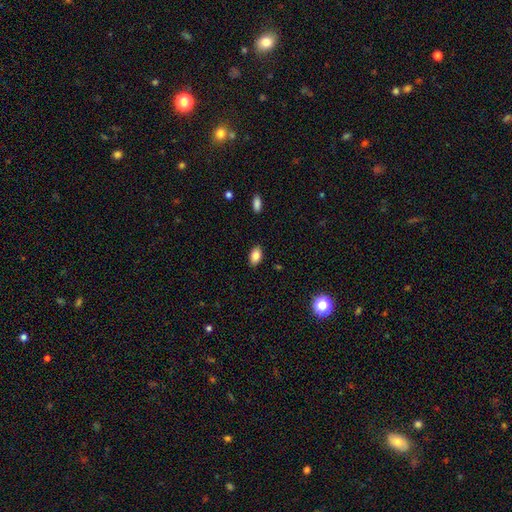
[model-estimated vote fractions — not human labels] Q: Smooth or featured?
A: smooth (83%); runner-up: featured or disk (8%)
Q: How rounded?
A: in between (91%); runner-up: round (6%)
Q: Merging?
A: none (88%); runner-up: minor disturbance (9%)